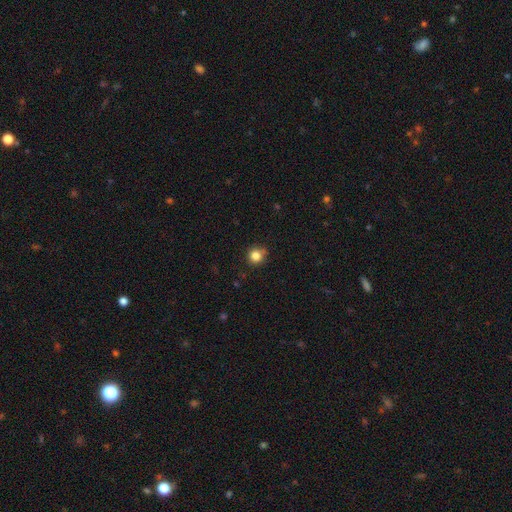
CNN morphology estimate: type=smooth (83%); roundness=round (92%); merging=none (81%).